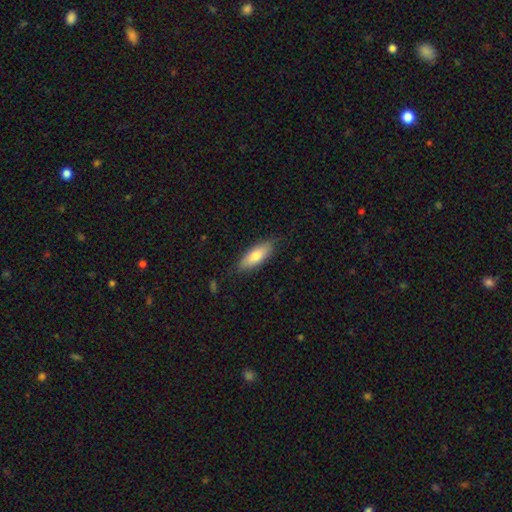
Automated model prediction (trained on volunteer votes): This is likely a smooth galaxy (75%). How rounded: likely in between (66%). Merging: clearly none (81%).